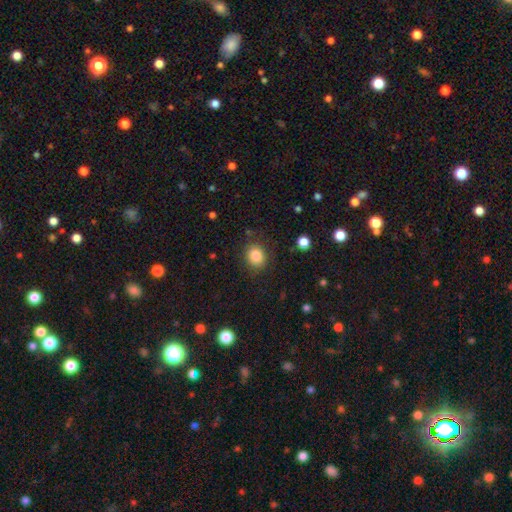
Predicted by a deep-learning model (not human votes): Smooth or featured? Predicted: smooth (p=0.84). How rounded? Predicted: round (p=0.69). Merging? Predicted: none (p=0.83).